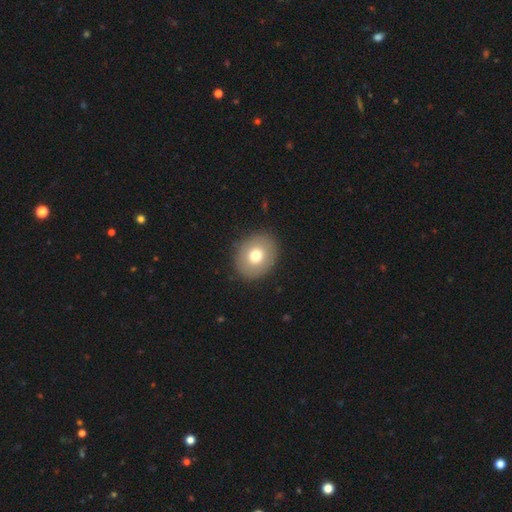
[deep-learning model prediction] Morphology: type=smooth (72%); roundness=round (59%); merging=none (89%).